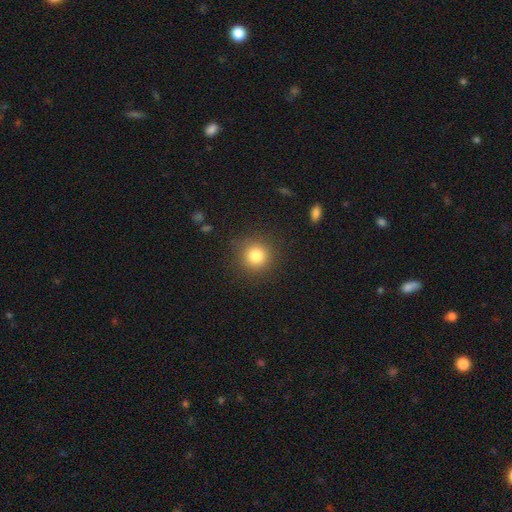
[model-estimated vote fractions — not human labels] A smooth galaxy with no disk features (81%) that is round (92%). Merging: none (88%).